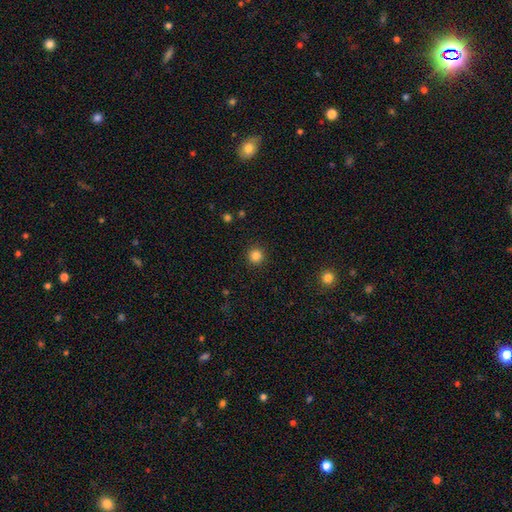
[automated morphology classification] This is clearly a smooth galaxy (84%). How rounded: clearly round (95%). Merging: clearly none (92%).